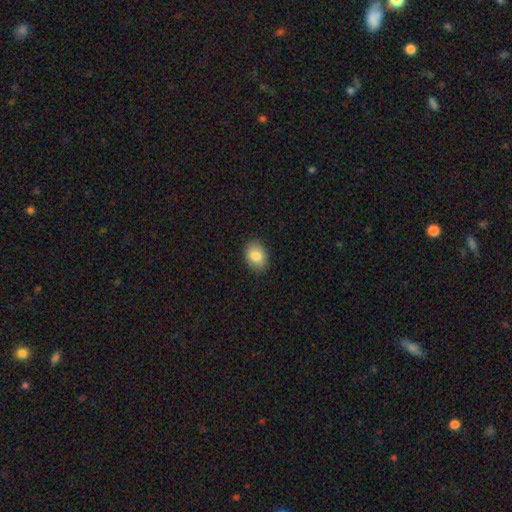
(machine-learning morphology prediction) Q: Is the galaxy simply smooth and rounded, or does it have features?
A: smooth — 84%.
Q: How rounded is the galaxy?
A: in between — 70%.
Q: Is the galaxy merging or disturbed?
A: none — 88%.